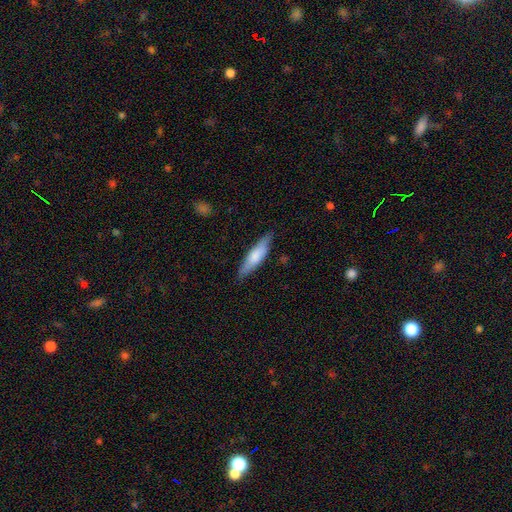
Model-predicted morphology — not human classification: Overall: smooth (68%). How rounded: cigar-shaped (72%). Merging: none (83%).